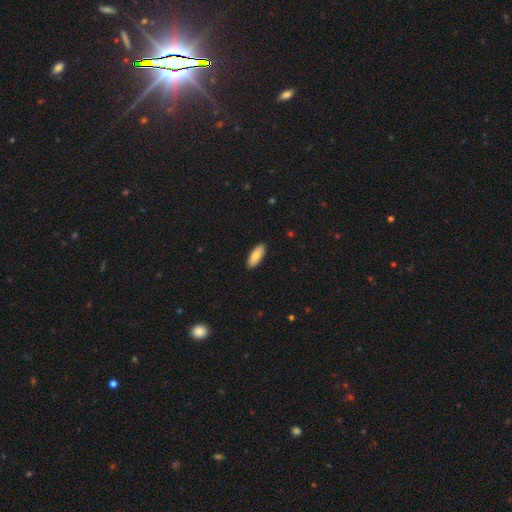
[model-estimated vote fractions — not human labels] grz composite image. It shows a smooth galaxy with no disk features (78%) that is in between round and cigar-shaped (79%). Merging: none (90%).